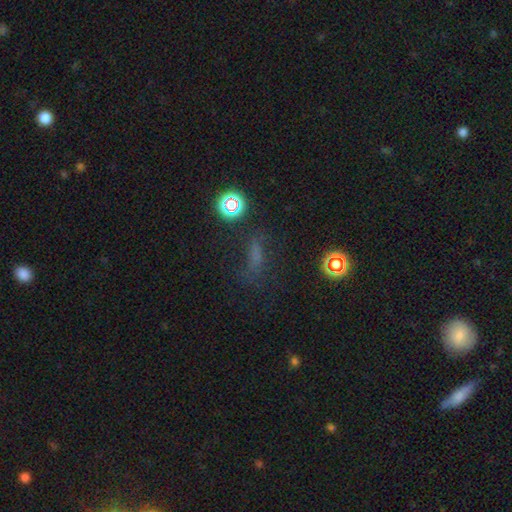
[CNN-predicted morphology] Smooth or featured? Predicted: smooth (p=0.44). Merging? Predicted: none (p=0.55).